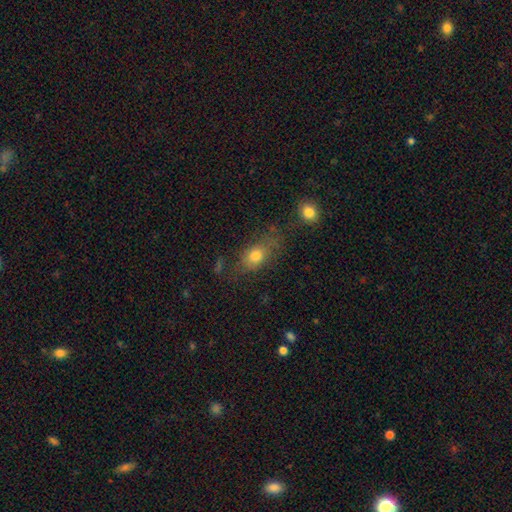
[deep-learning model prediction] The model was most divided on "merging": none: 58%, minor disturbance: 23%, major disturbance: 13%, merger: 6%. More confident: smooth or featured — smooth (74%); how rounded — in between (72%).